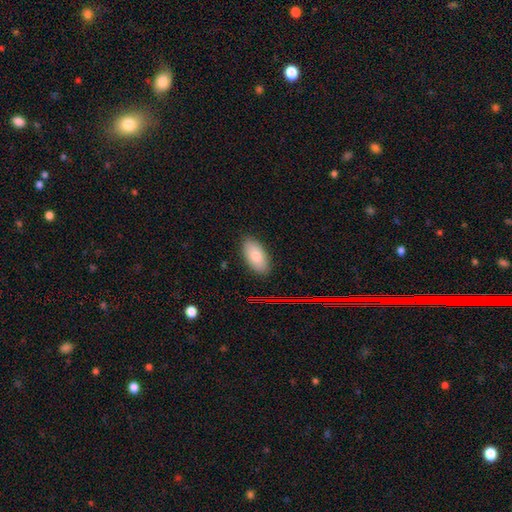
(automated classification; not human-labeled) The model was most divided on "smooth or featured": smooth: 80%, featured or disk: 12%, star or artifact: 8%. More confident: how rounded — in between (93%); merging — none (85%).